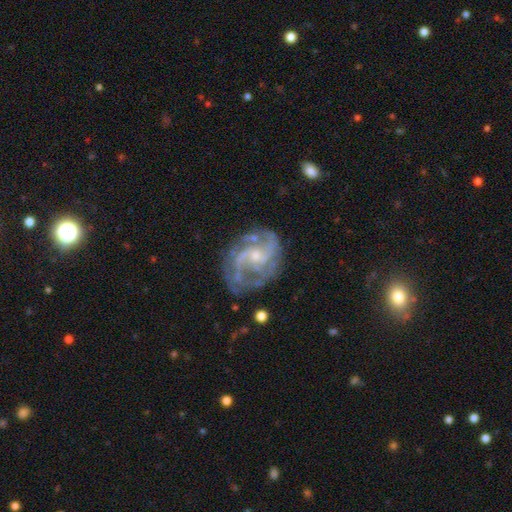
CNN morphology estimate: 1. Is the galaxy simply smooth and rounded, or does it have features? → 89% featured or disk, 6% star or artifact, 5% smooth.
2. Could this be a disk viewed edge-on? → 98% no, 2% yes.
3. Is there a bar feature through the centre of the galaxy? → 54% no, 38% weak, 8% strong.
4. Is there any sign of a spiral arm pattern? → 96% yes, 4% no.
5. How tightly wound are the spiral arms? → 54% medium, 26% tight, 20% loose.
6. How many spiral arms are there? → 59% 2, 16% 3, 12% can't tell, 5% 4, 4% 1, 4% more than 4.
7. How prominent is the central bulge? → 69% small, 25% moderate, 4% none, 1% large, 1% dominant.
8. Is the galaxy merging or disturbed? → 66% none, 19% minor disturbance, 12% major disturbance, 3% merger.